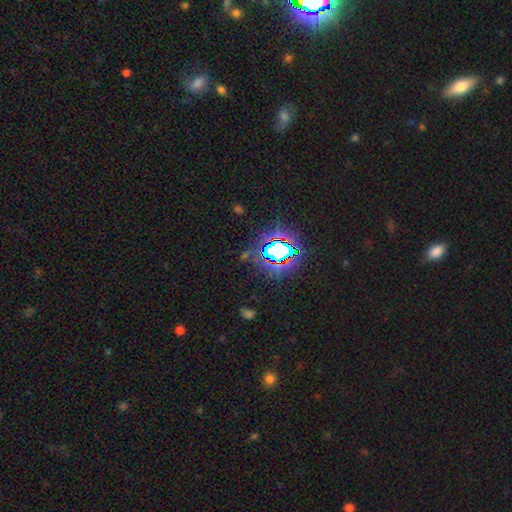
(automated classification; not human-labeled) Smooth or featured? star or artifact (79%)